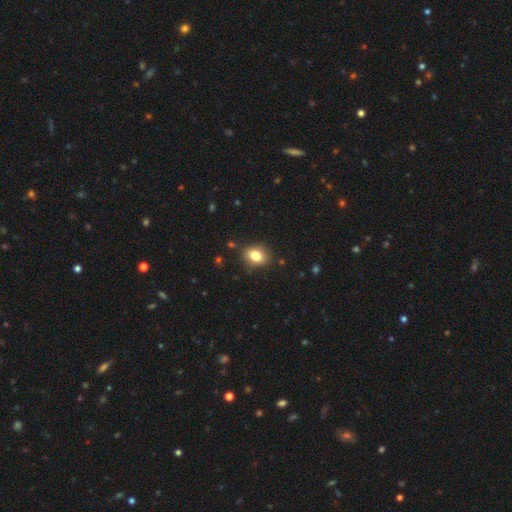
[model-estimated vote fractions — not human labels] Overall: smooth (80%). How rounded: in between (55%; round 44%). Merging: none (84%).